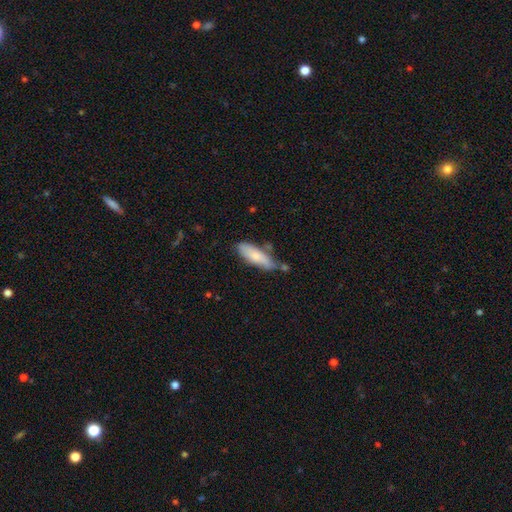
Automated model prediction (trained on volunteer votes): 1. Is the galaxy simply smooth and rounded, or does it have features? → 75% smooth, 19% featured or disk, 6% star or artifact.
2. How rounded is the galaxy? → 50% in between, 48% cigar-shaped, 2% round.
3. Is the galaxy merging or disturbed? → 59% none, 26% minor disturbance, 9% merger, 6% major disturbance.